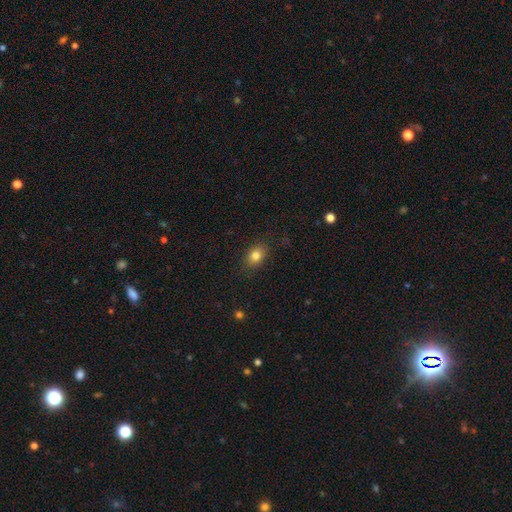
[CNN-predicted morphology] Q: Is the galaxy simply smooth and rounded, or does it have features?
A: smooth — 82%.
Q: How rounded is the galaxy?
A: in between — 71%.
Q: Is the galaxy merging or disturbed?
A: none — 86%.